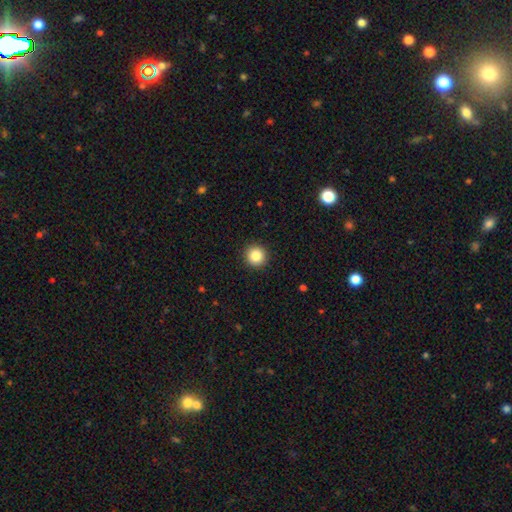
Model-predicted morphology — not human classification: smooth-or-featured: smooth: 85% | star or artifact: 10% | featured or disk: 5%
  how-rounded: round: 95% | in between: 4% | cigar-shaped: 1%
  merging: none: 93% | minor disturbance: 5% | major disturbance: 2% | merger: 1%